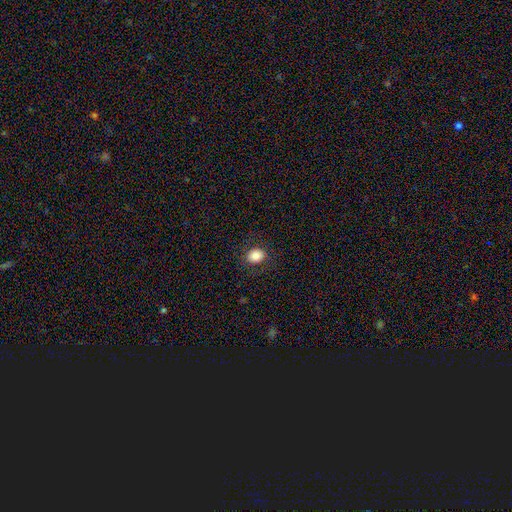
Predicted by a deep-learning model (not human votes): Overall: smooth (84%). How rounded: round (52%; in between 47%). Merging: none (87%).